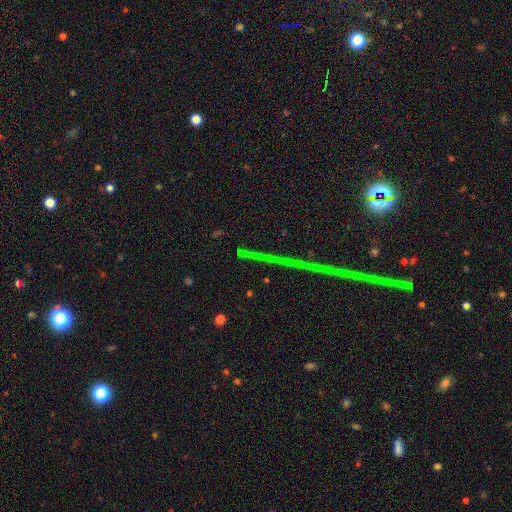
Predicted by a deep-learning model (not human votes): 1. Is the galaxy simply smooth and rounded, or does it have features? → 80% star or artifact, 12% featured or disk, 8% smooth.